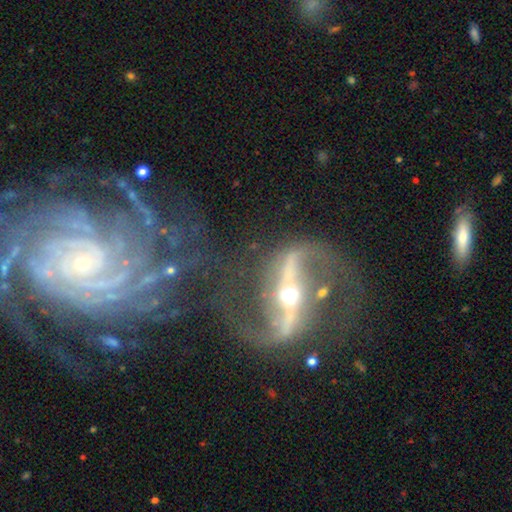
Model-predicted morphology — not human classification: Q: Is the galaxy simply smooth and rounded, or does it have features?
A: featured or disk — 90%.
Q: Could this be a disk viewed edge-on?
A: no — 92%.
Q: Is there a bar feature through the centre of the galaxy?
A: strong — 67%.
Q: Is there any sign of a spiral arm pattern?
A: yes — 97%.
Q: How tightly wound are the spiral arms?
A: loose — 56%.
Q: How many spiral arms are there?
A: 2 — 86%.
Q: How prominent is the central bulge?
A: small — 57%.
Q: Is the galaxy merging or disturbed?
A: none — 54%.